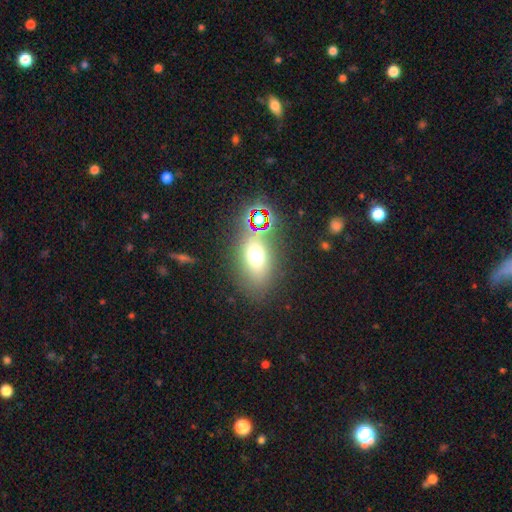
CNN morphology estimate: A smooth galaxy with no disk features (59%) that is in between round and cigar-shaped (69%). Merging: none (76%).